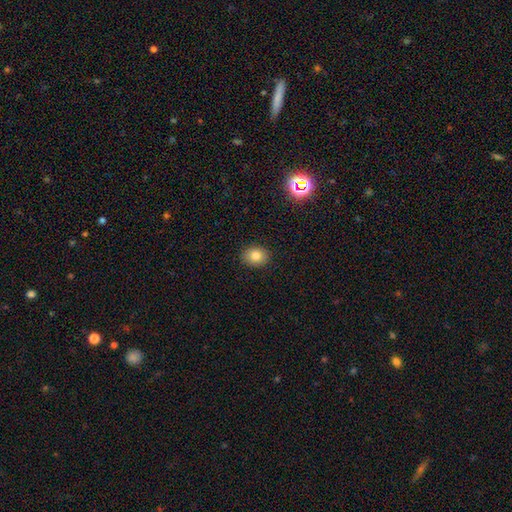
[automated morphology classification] Smooth or featured? smooth (80%)
How rounded? round (56%)
Merging? none (89%)